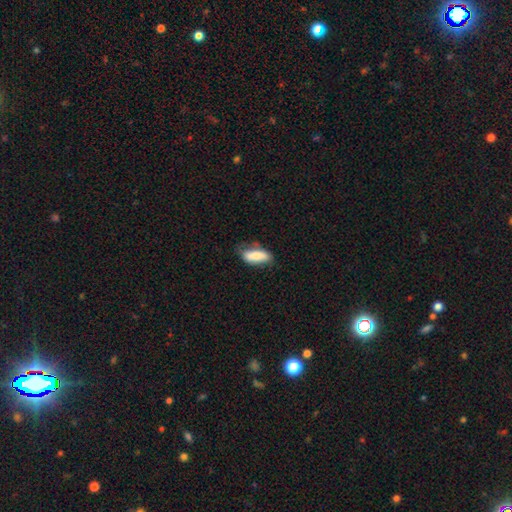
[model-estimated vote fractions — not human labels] smooth 79%, featured or disk 15%, star or artifact 6%. Down the decision tree: how rounded — in between (76%); merging — none (56%).